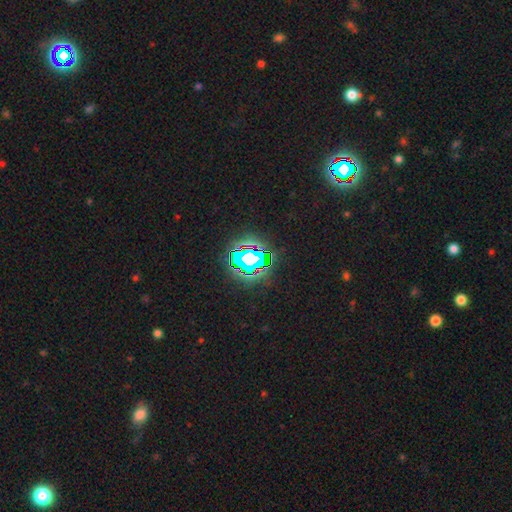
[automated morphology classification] Overall: star or artifact (83%).